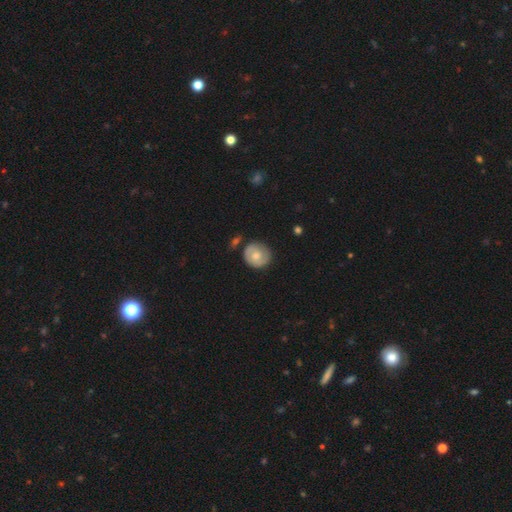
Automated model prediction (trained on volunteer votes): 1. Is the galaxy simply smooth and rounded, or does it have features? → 50% smooth, 44% featured or disk, 6% star or artifact.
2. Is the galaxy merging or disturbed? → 76% none, 17% minor disturbance, 4% merger, 4% major disturbance.